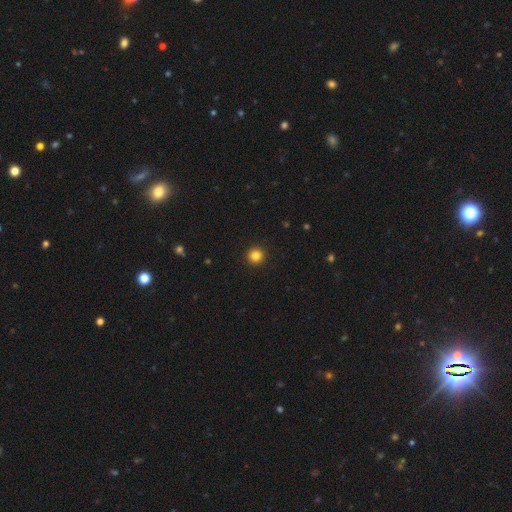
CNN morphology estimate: type=smooth (84%); roundness=round (96%); merging=none (94%).